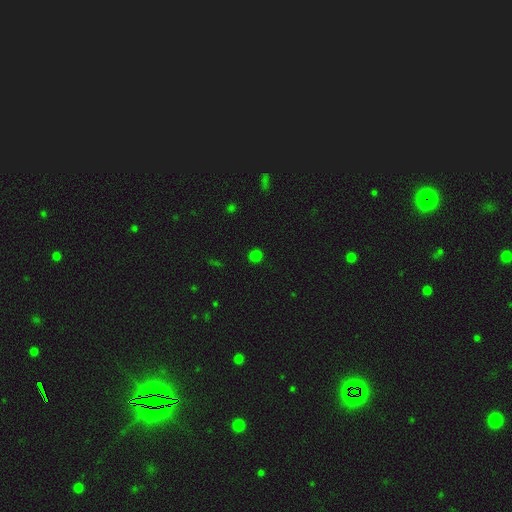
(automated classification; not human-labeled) This is likely a smooth galaxy (78%). How rounded: clearly round (91%). Merging: clearly none (90%).